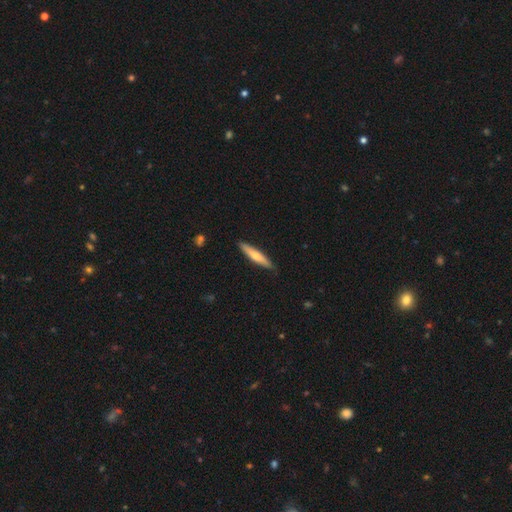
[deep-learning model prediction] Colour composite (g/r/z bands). It shows a smooth galaxy with no disk features (56%) that is cigar-shaped (89%). Merging: none (88%).